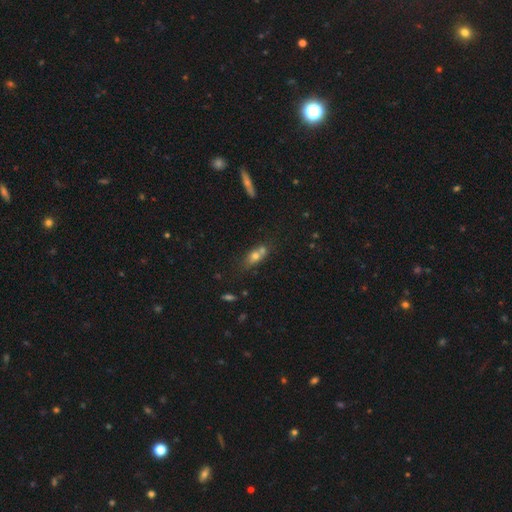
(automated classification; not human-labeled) Smooth or featured?
  - smooth: 61% *
  - featured or disk: 25%
  - star or artifact: 14%
How rounded?
  - in between: 56% *
  - round: 27%
  - cigar-shaped: 16%
Merging?
  - merger: 45% *
  - none: 38%
  - minor disturbance: 12%
  - major disturbance: 5%